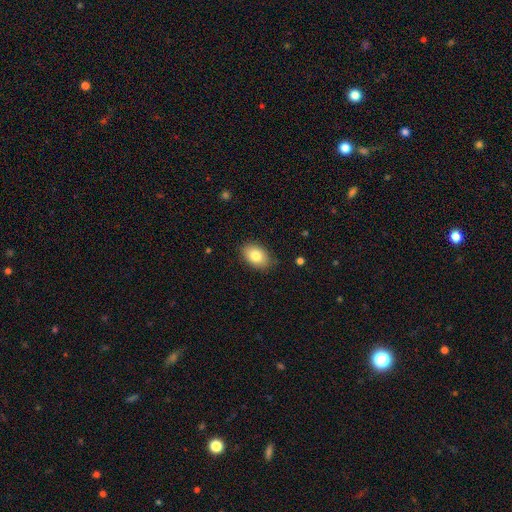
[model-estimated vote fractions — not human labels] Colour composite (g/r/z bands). It shows a smooth galaxy with no disk features (82%) that is in between round and cigar-shaped (86%). Merging: none (85%).